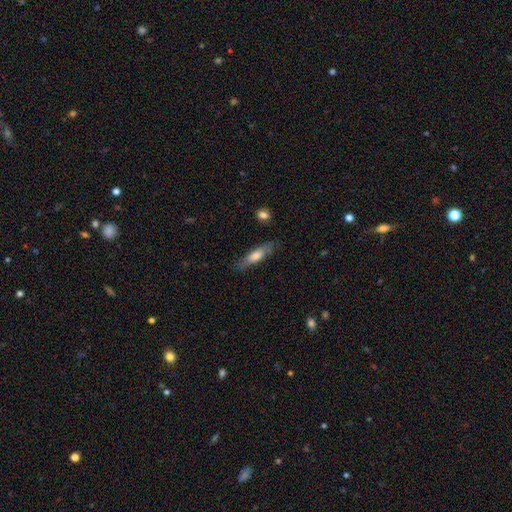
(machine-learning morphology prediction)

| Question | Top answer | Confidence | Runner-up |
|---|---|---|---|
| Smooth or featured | smooth | 62% | featured or disk (32%) |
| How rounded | cigar-shaped | 67% | in between (31%) |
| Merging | none | 77% | minor disturbance (17%) |